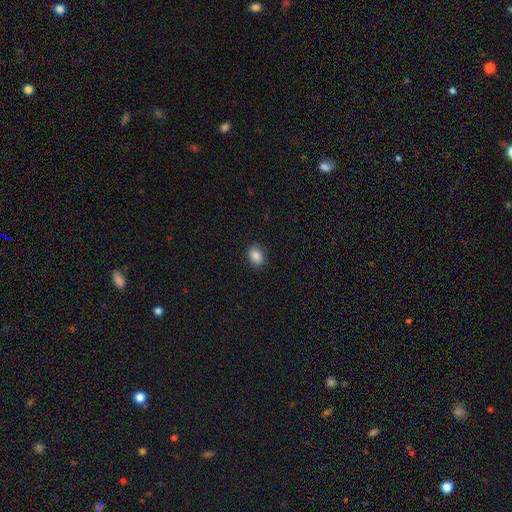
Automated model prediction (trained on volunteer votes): A smooth galaxy with no disk features (87%) that is in between round and cigar-shaped (73%). Merging: none (88%).